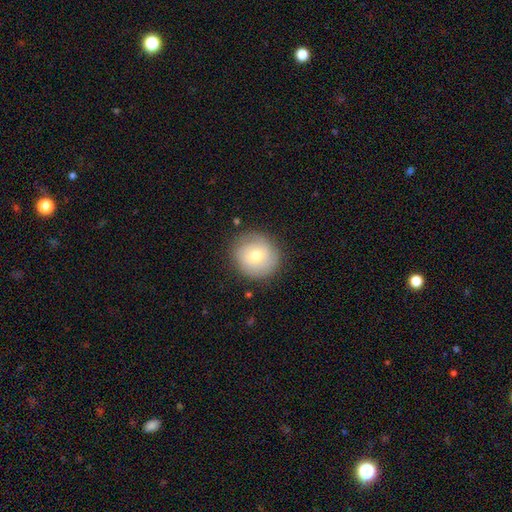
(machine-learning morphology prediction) Smooth or featured: smooth — 64% (featured or disk — 27%)
How rounded: round — 91% (in between — 8%)
Merging: none — 82% (minor disturbance — 13%)